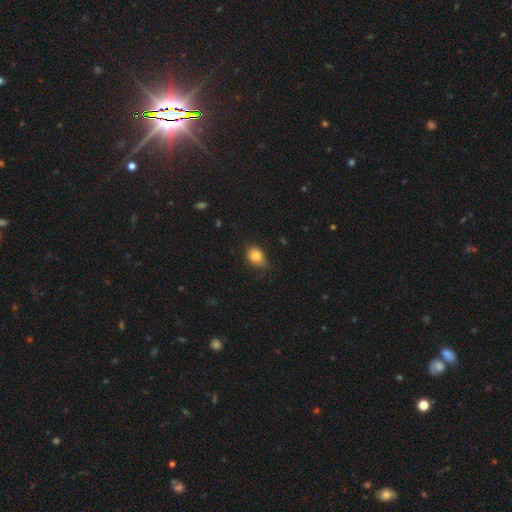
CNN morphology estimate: This is clearly a smooth galaxy (85%). How rounded: possibly in between (57%). Merging: likely none (62%).